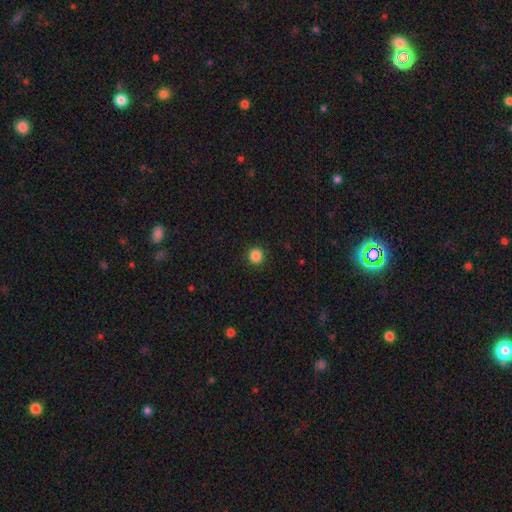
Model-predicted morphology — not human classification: Smooth or featured? smooth (86%)
How rounded? round (95%)
Merging? none (93%)